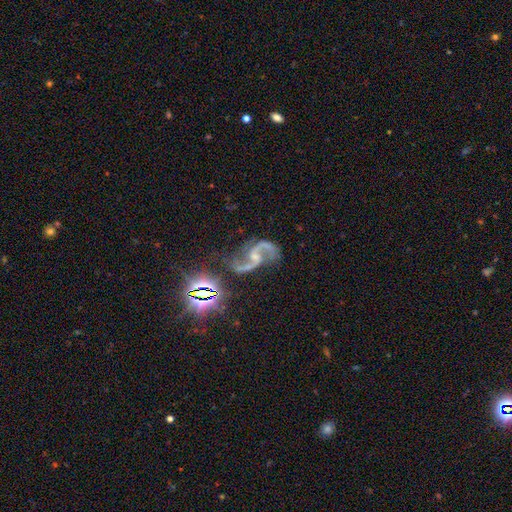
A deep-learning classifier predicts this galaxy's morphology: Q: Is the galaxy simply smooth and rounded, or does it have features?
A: featured or disk — 89%.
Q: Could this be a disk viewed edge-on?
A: no — 98%.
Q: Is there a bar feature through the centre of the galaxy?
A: no — 44%.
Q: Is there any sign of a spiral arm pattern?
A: yes — 98%.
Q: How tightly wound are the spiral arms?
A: loose — 68%.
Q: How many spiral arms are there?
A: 2 — 94%.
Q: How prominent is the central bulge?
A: small — 56%.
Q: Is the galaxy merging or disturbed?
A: none — 66%.